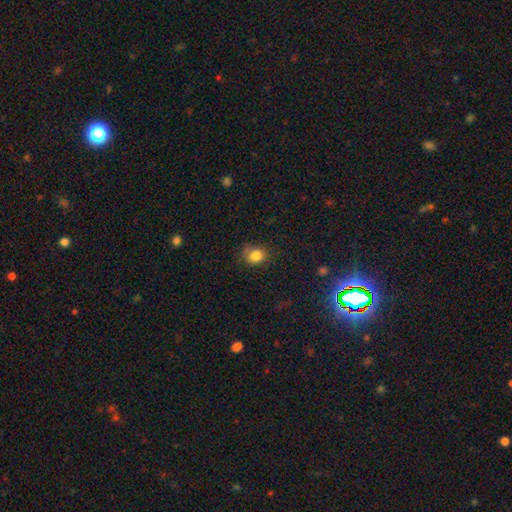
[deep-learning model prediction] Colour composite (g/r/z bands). It shows a smooth galaxy with no disk features (83%) that is round (65%). Merging: none (70%).